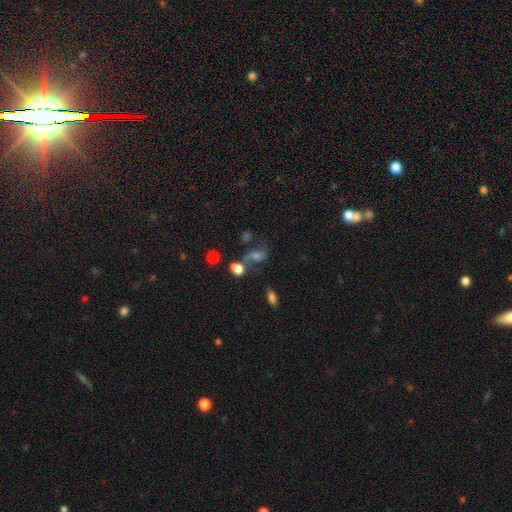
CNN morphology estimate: smooth_or_featured: featured or disk (p=0.44) [alt: smooth p=0.31]
merging: none (p=0.48) [alt: merger p=0.21]